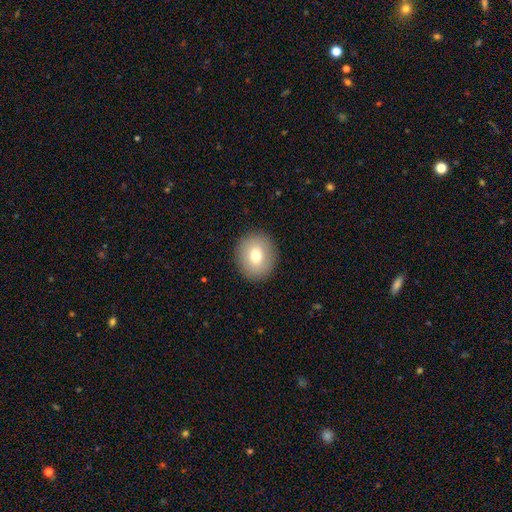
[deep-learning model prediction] A smooth galaxy with no disk features (75%) that is round (78%).

Vote fractions:
- Smooth or featured? smooth: 75% / featured or disk: 16% / star or artifact: 9%
- How rounded? round: 78% / in between: 21% / cigar-shaped: 1%
- Merging? none: 90% / minor disturbance: 6% / major disturbance: 2% / merger: 1%